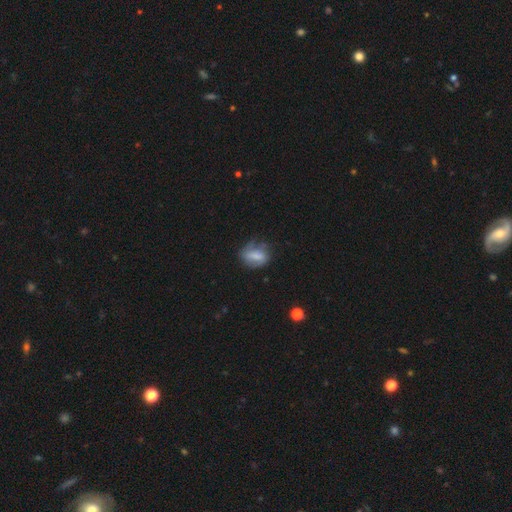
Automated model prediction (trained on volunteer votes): A smooth galaxy with no disk features (64%) that is in between round and cigar-shaped (68%). Merging: none (48%).